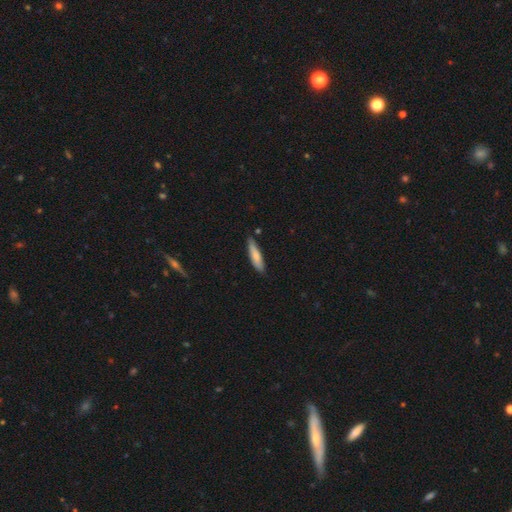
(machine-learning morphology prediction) Smooth or featured: smooth — 75% (featured or disk — 19%)
How rounded: cigar-shaped — 77% (in between — 21%)
Merging: none — 77% (minor disturbance — 18%)